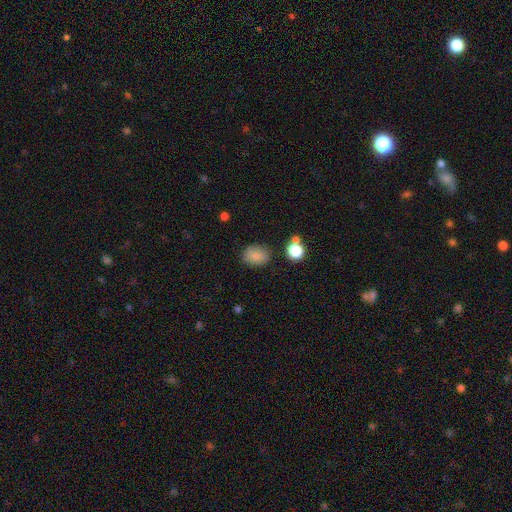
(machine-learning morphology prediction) A smooth galaxy with no disk features (84%) that is in between round and cigar-shaped (62%).

Vote fractions:
- Smooth or featured? smooth: 84% / star or artifact: 10% / featured or disk: 6%
- How rounded? in between: 62% / round: 37% / cigar-shaped: 1%
- Merging? none: 76% / minor disturbance: 15% / major disturbance: 4% / merger: 4%